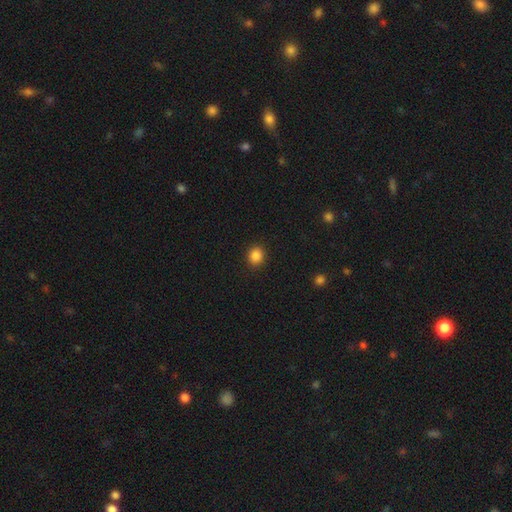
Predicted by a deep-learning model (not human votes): The model was most divided on "how rounded": round: 82%, in between: 17%, cigar-shaped: 1%. More confident: merging — none (91%); smooth or featured — smooth (86%).